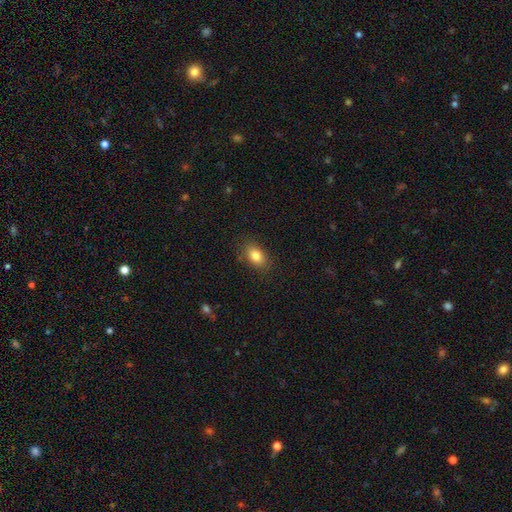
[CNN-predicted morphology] Overall: smooth (83%). How rounded: in between (86%). Merging: none (83%).